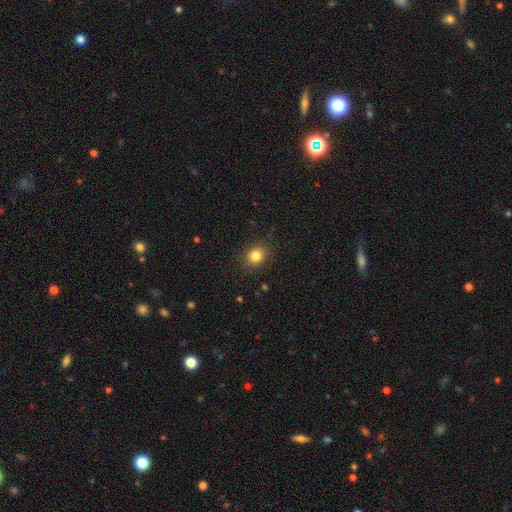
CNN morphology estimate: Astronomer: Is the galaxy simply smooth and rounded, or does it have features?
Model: smooth — 83%.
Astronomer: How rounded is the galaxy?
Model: round — 74%.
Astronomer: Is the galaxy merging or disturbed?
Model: none — 87%.